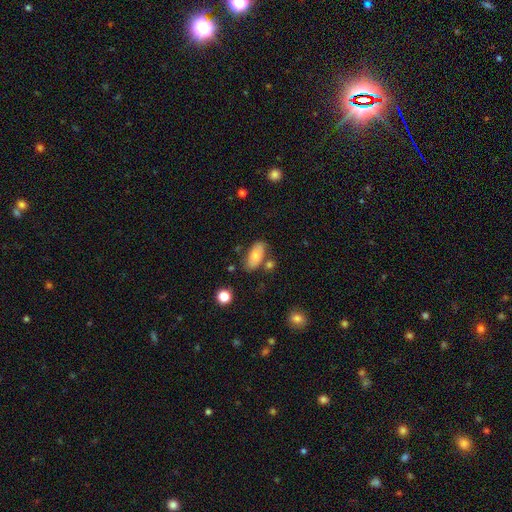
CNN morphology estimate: type=smooth (74%); roundness=in between (90%); merging=none (72%).